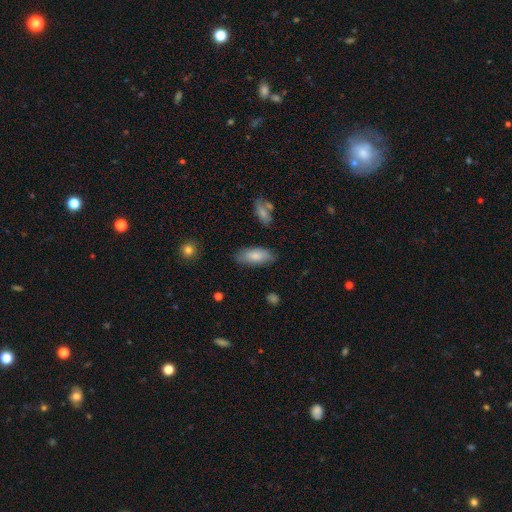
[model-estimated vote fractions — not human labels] A smooth galaxy with no disk features (80%) that is in between round and cigar-shaped (86%).

Vote fractions:
- Smooth or featured? smooth: 80% / featured or disk: 14% / star or artifact: 6%
- How rounded? in between: 86% / cigar-shaped: 12% / round: 2%
- Merging? none: 80% / minor disturbance: 15% / major disturbance: 3% / merger: 2%